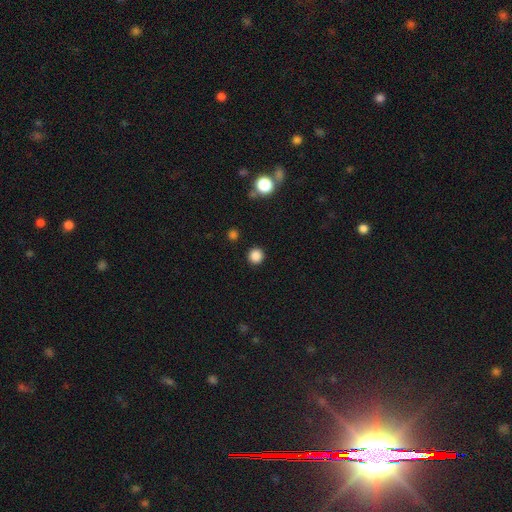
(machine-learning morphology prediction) Smooth or featured? smooth (86%)
How rounded? round (95%)
Merging? none (92%)